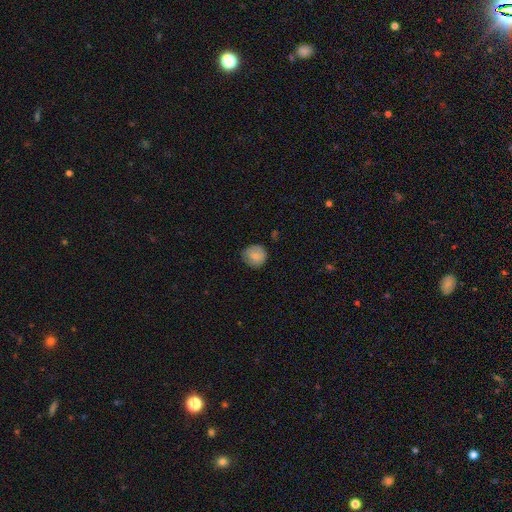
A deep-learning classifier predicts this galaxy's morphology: type=smooth (78%); roundness=round (89%); merging=none (76%).